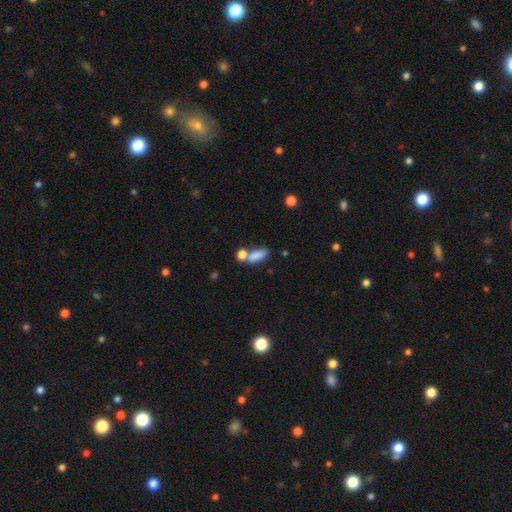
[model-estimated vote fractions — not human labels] Smooth or featured? Predicted: smooth (p=0.83). How rounded? Predicted: in between (p=0.80). Merging? Predicted: none (p=0.43).